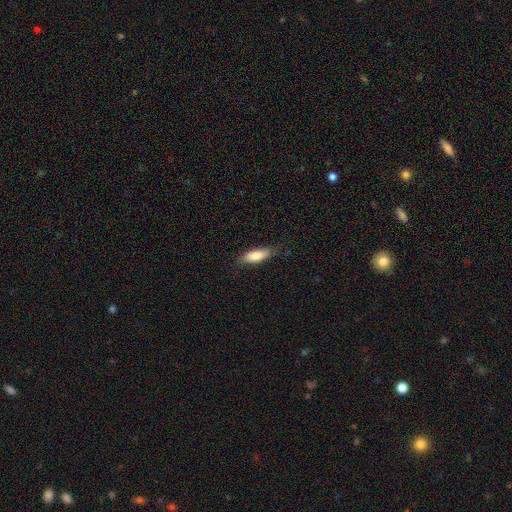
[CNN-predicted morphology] A smooth galaxy with no disk features (81%) that is in between round and cigar-shaped (65%).

Vote fractions:
- Smooth or featured? smooth: 81% / featured or disk: 12% / star or artifact: 6%
- How rounded? in between: 65% / cigar-shaped: 33% / round: 2%
- Merging? none: 79% / minor disturbance: 17% / major disturbance: 3% / merger: 1%